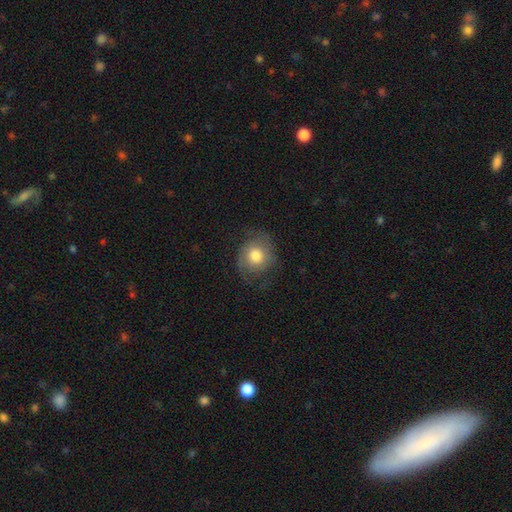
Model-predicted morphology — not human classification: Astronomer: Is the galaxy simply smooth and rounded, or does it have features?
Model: smooth — 60%.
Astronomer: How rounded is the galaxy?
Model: round — 75%.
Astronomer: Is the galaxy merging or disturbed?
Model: none — 63%.